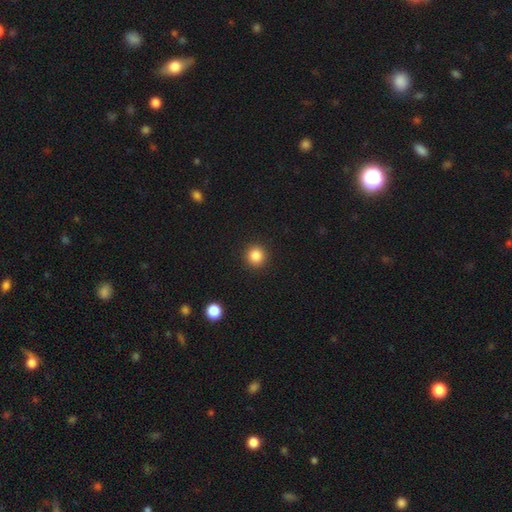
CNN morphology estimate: A smooth galaxy with no disk features (86%) that is round (94%). Merging: none (92%).